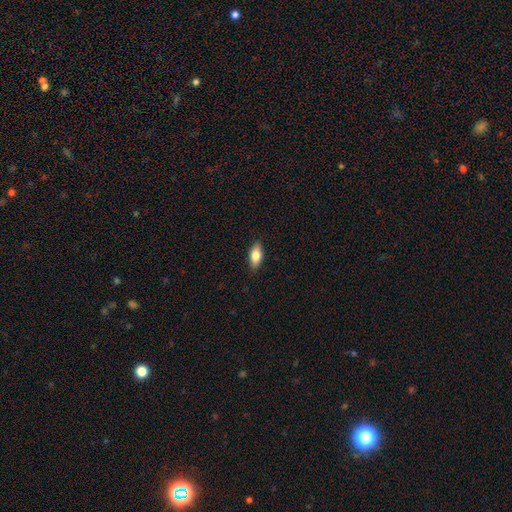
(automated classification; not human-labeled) smooth 79%, featured or disk 14%, star or artifact 7%. Down the decision tree: how rounded — in between (87%); merging — none (87%).